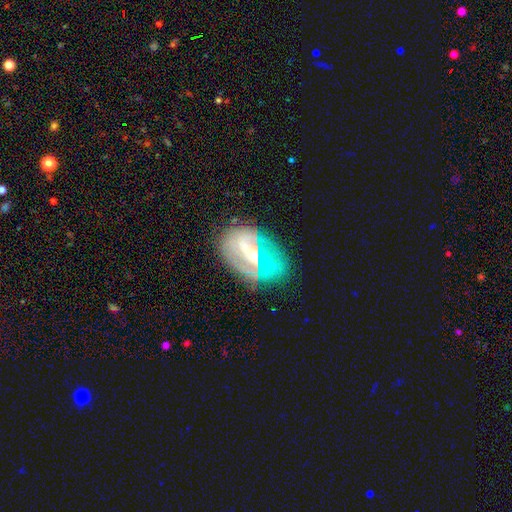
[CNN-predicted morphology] smooth-or-featured: featured or disk: 68% | smooth: 21% | star or artifact: 11%
  disk-edge-on: no: 90% | yes: 10%
    bar: strong: 42% | weak: 33% | no: 25%
    has-spiral-arms: yes: 52% | no: 48%
    bulge-size: moderate: 50% | small: 37% | large: 6% | none: 4% | dominant: 2%
  merging: none: 61% | minor disturbance: 22% | major disturbance: 13% | merger: 4%